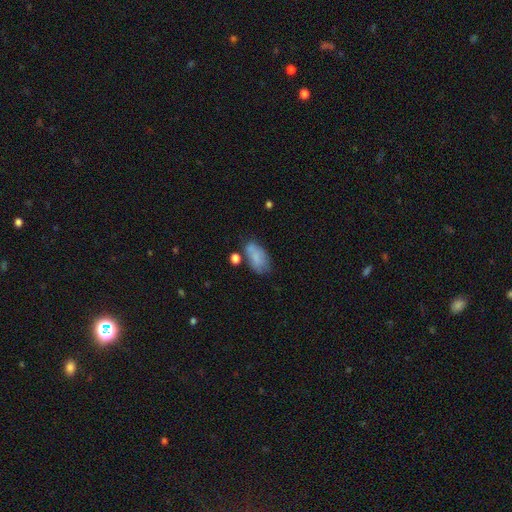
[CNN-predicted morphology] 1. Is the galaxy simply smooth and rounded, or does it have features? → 75% smooth, 16% featured or disk, 9% star or artifact.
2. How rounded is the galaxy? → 92% in between, 5% round, 3% cigar-shaped.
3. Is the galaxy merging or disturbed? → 49% none, 25% minor disturbance, 15% merger, 10% major disturbance.